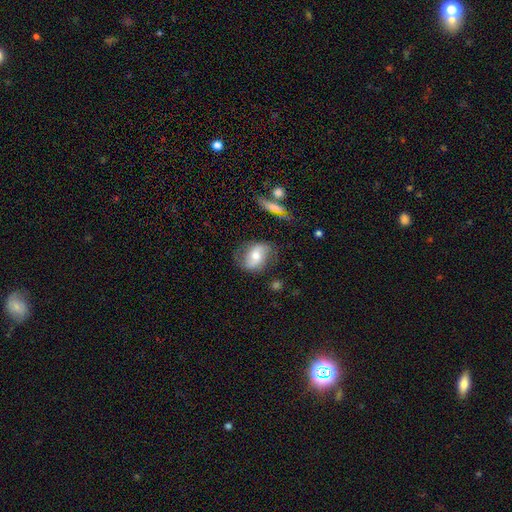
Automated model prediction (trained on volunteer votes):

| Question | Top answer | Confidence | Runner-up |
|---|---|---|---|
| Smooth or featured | featured or disk | 56% | smooth (36%) |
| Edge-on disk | no | 94% | yes (6%) |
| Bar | no | 42% | weak (35%) |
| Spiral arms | yes | 83% | no (17%) |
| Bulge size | moderate | 64% | small (26%) |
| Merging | none | 68% | minor disturbance (20%) |